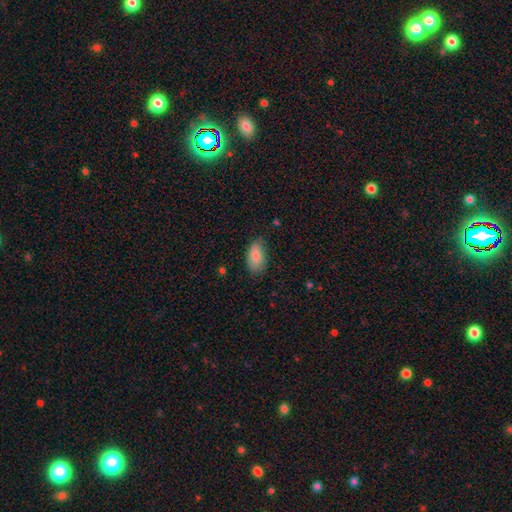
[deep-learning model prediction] This appears to be a smooth galaxy with no disk features (84%) that is in between round and cigar-shaped (93%). Merging: none (71%).